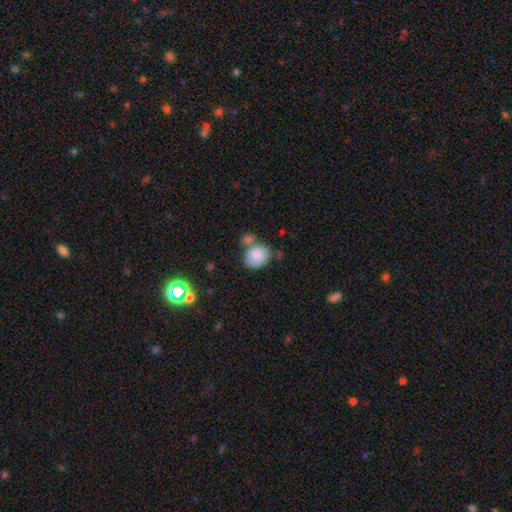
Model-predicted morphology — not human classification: smooth 75%, featured or disk 17%, star or artifact 8%. Down the decision tree: how rounded — round (55%); merging — none (41%).